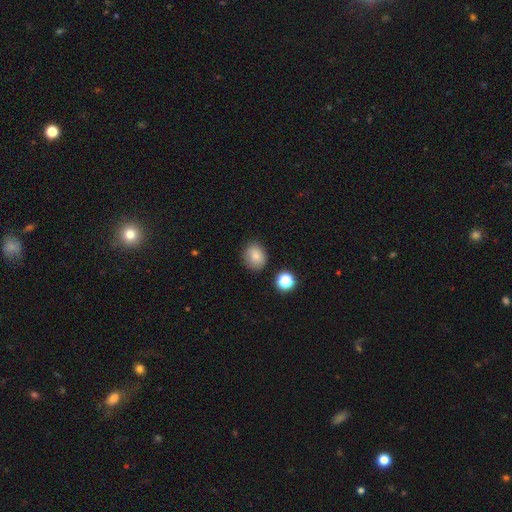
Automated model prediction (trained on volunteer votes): The model was most divided on "how rounded": round: 58%, in between: 41%, cigar-shaped: 1%. More confident: merging — none (83%); smooth or featured — smooth (82%).